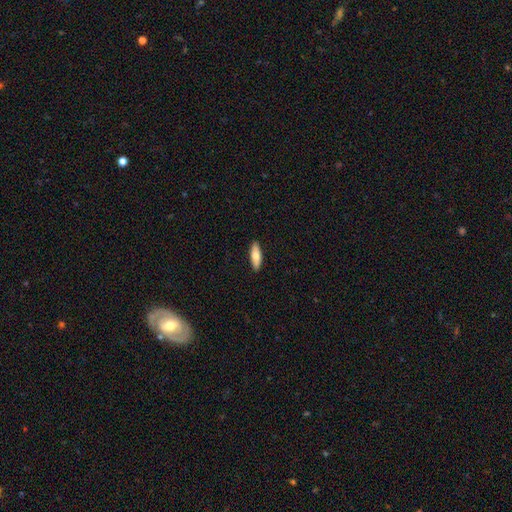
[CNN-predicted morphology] This is likely a smooth galaxy (72%). How rounded: possibly in between (52%). Merging: clearly none (90%).